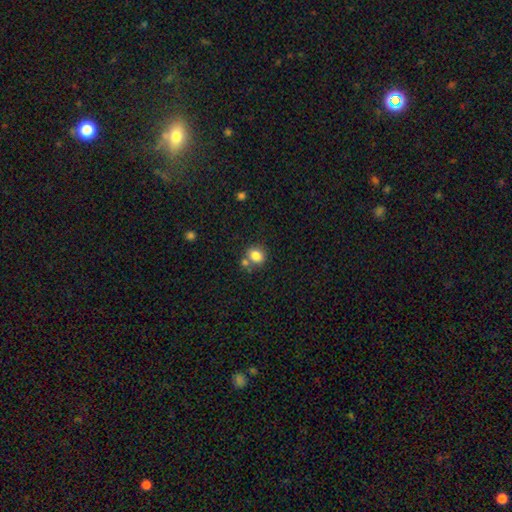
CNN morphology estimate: smooth 82%, star or artifact 10%, featured or disk 8%. Down the decision tree: how rounded — round (62%); merging — none (62%).